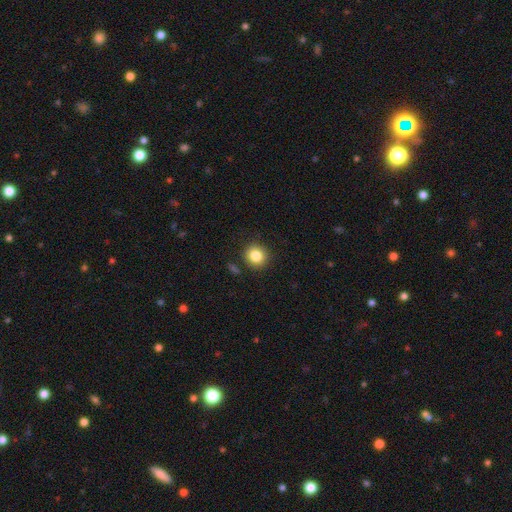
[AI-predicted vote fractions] This appears to be a smooth galaxy with no disk features (84%) that is round (89%). Merging: none (88%).